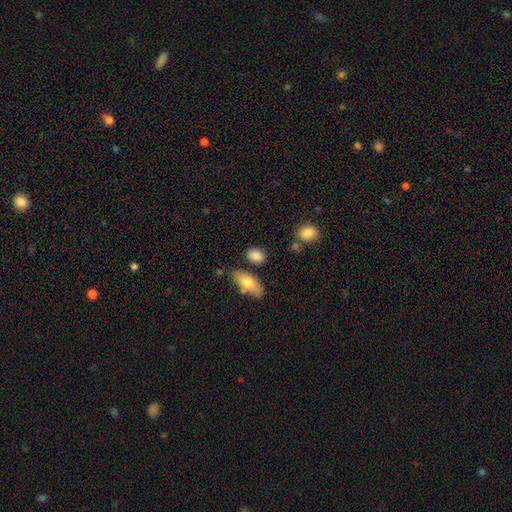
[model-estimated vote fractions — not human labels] A smooth galaxy with no disk features (84%) that is in between round and cigar-shaped (74%). Merging: none (75%).